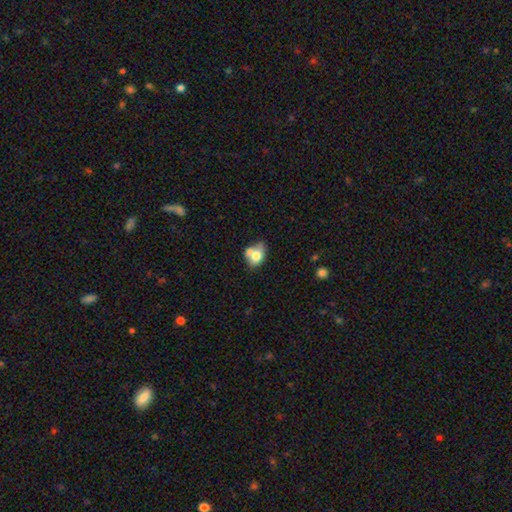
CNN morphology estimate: A smooth galaxy with no disk features (72%) that is in between round and cigar-shaped (63%). Merging: merger (43%).